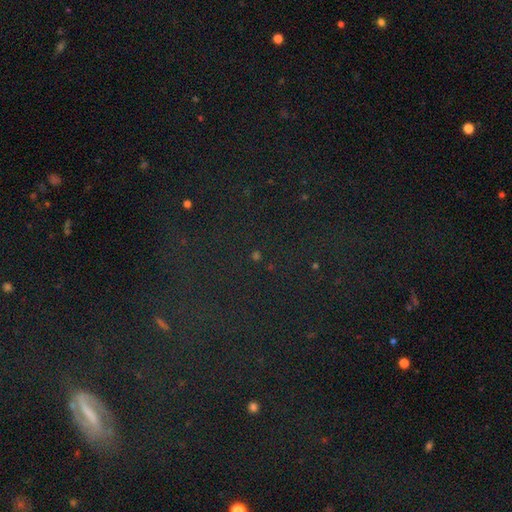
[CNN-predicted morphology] Smooth or featured? star or artifact (79%)